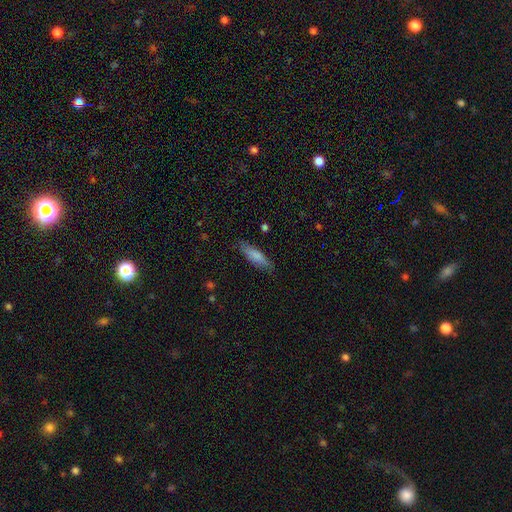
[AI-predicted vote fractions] Q: Smooth or featured?
A: smooth (81%); runner-up: featured or disk (13%)
Q: How rounded?
A: cigar-shaped (60%); runner-up: in between (39%)
Q: Merging?
A: none (82%); runner-up: minor disturbance (14%)